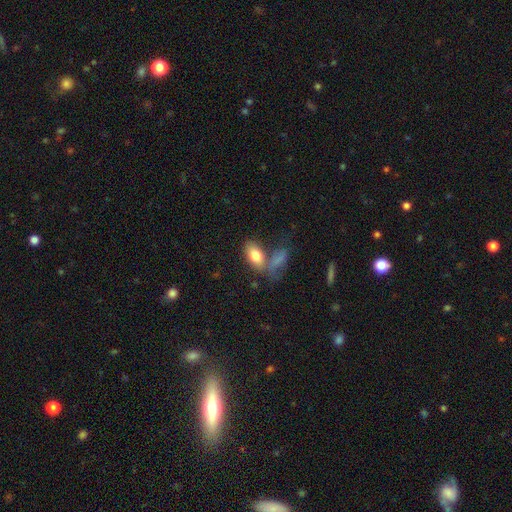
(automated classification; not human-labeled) This appears to be a smooth galaxy with no disk features (80%) that is in between round and cigar-shaped (91%). Merging: none (45%).